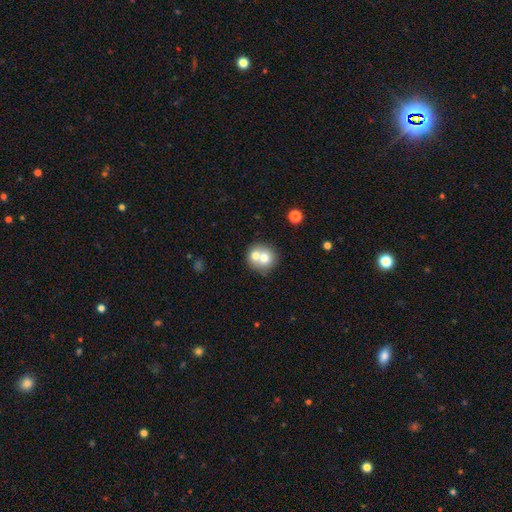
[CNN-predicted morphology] Overall: smooth (67%). How rounded: round (84%). Merging: merger (54%; none 37%).